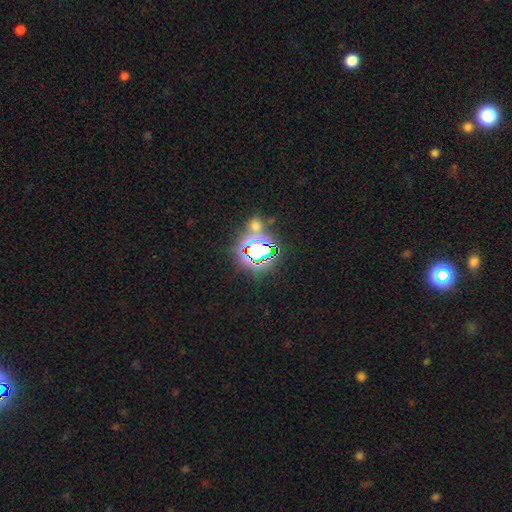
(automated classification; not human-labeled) A star or artifact, not a galaxy (75%).

Vote fractions:
- Smooth or featured? star or artifact: 75% / smooth: 15% / featured or disk: 9%